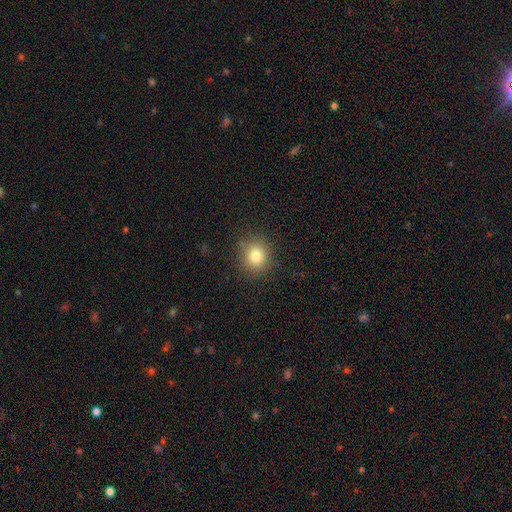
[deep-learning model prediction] smooth 79%, star or artifact 13%, featured or disk 8%. Down the decision tree: how rounded — round (82%); merging — none (86%).